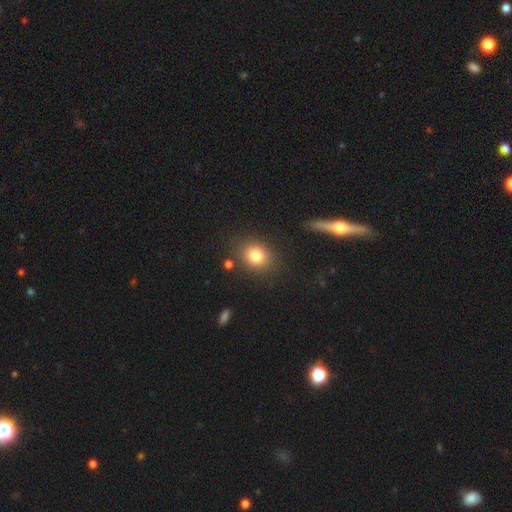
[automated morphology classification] Smooth or featured?
  - smooth: 81% *
  - star or artifact: 11%
  - featured or disk: 8%
How rounded?
  - round: 54% *
  - in between: 45%
  - cigar-shaped: 1%
Merging?
  - none: 82% *
  - minor disturbance: 10%
  - major disturbance: 4%
  - merger: 4%